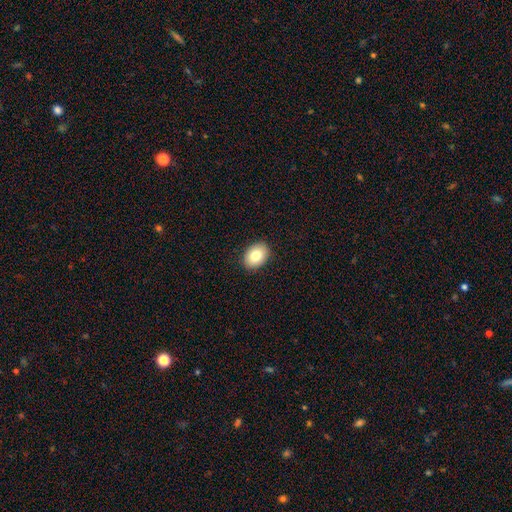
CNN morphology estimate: A smooth galaxy with no disk features (82%) that is in between round and cigar-shaped (77%). Merging: none (90%).